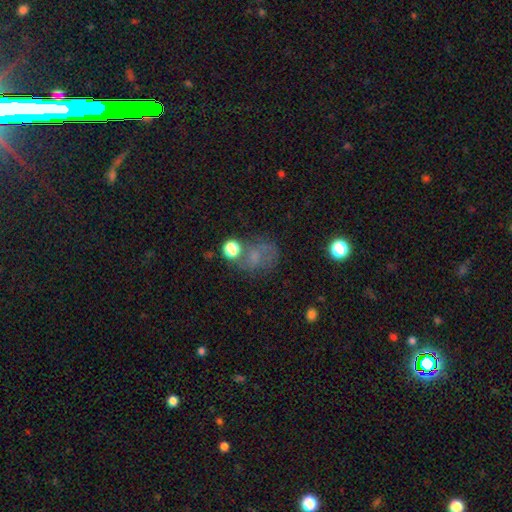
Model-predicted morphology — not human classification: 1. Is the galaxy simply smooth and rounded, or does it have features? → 48% smooth, 28% featured or disk, 24% star or artifact.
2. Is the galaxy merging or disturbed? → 48% none, 22% minor disturbance, 20% major disturbance, 11% merger.